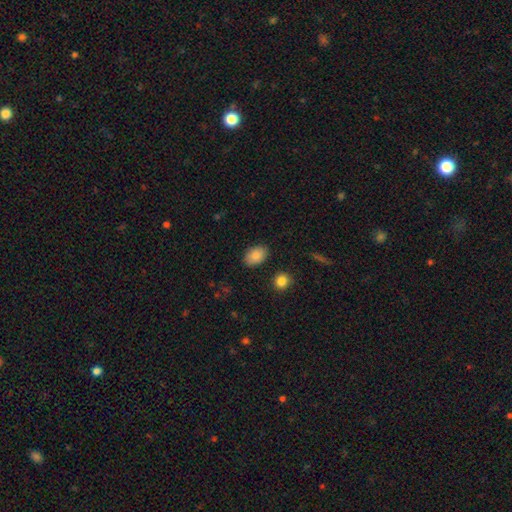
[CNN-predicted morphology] The model was most divided on "how rounded": in between: 86%, round: 13%, cigar-shaped: 1%. More confident: merging — none (87%); smooth or featured — smooth (86%).